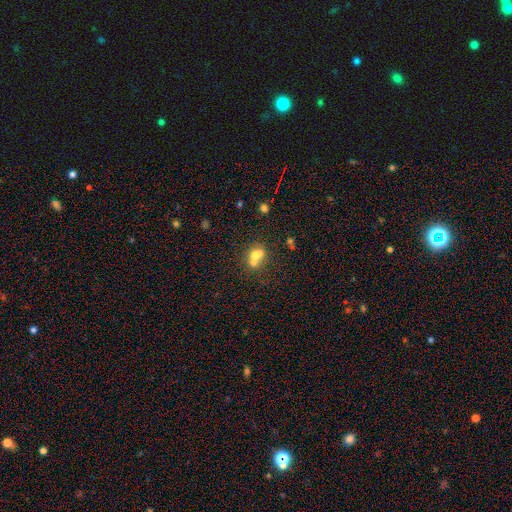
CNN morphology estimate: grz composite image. It shows a smooth galaxy with no disk features (64%) that is round (65%). Merging: merger (57%).